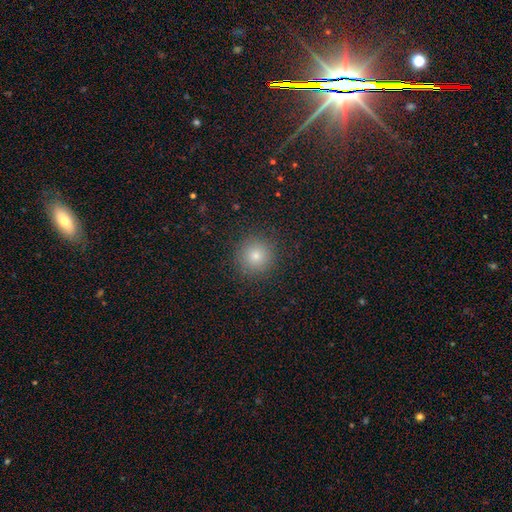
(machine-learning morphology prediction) A smooth galaxy with no disk features (77%) that is round (95%). Merging: none (92%).